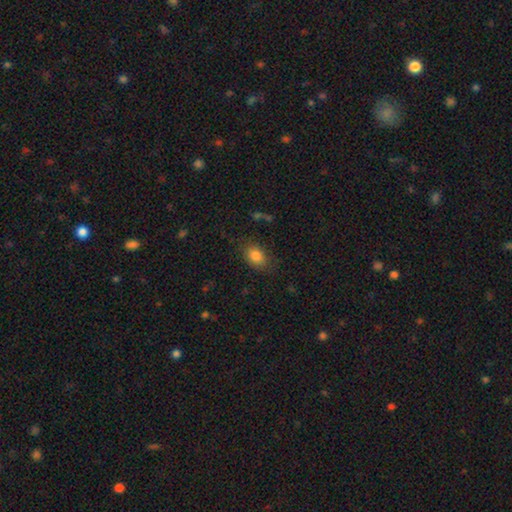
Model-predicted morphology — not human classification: Smooth or featured? smooth (84%)
How rounded? in between (81%)
Merging? none (76%)